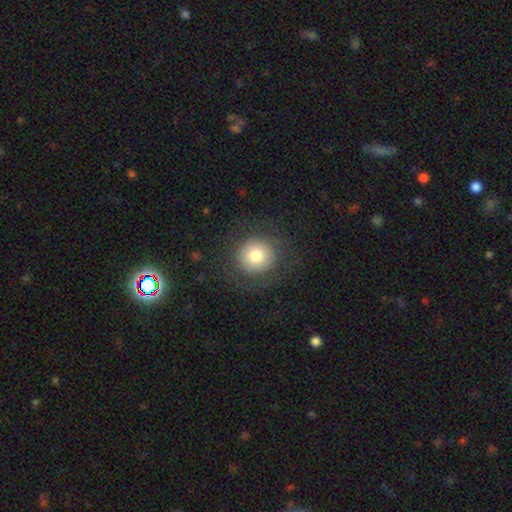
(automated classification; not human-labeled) smooth-or-featured: smooth: 75% | featured or disk: 15% | star or artifact: 10%
  how-rounded: round: 93% | in between: 6% | cigar-shaped: 1%
  merging: none: 82% | minor disturbance: 9% | major disturbance: 8% | merger: 1%